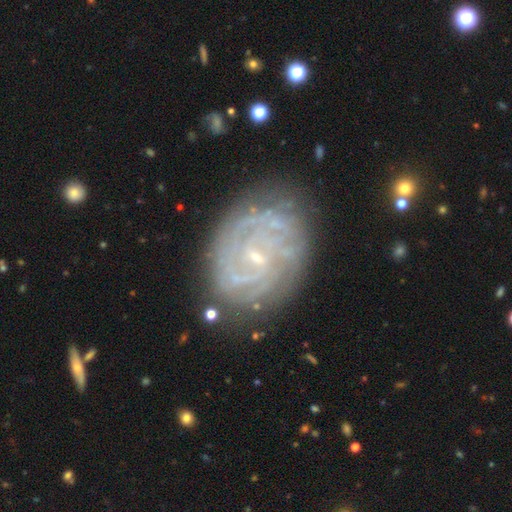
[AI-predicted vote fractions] Smooth or featured? Predicted: featured or disk (p=0.85). Edge-on disk? Predicted: no (p=0.97). Bar? Predicted: no (p=0.46). Spiral arms? Predicted: yes (p=0.95). Spiral winding? Predicted: tight (p=0.72). Spiral arm count? Predicted: 2 (p=0.30). Bulge size? Predicted: small (p=0.81). Merging? Predicted: none (p=0.77).